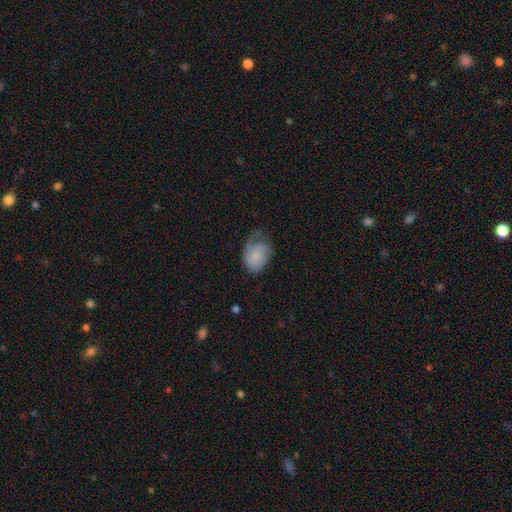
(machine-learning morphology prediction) Smooth or featured? smooth (67%)
How rounded? in between (75%)
Merging? minor disturbance (36%)